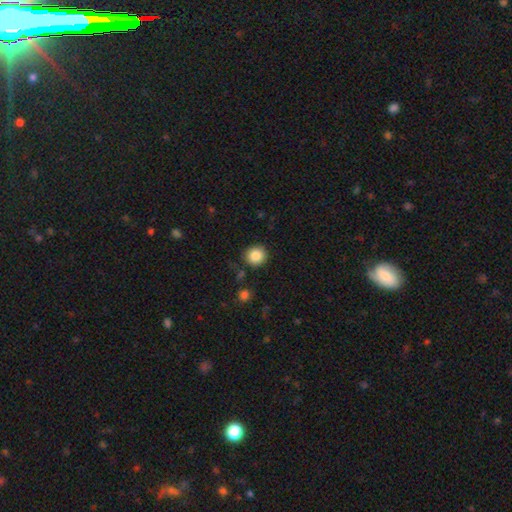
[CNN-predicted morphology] Smooth or featured? Predicted: smooth (p=0.85). How rounded? Predicted: round (p=0.91). Merging? Predicted: none (p=0.88).